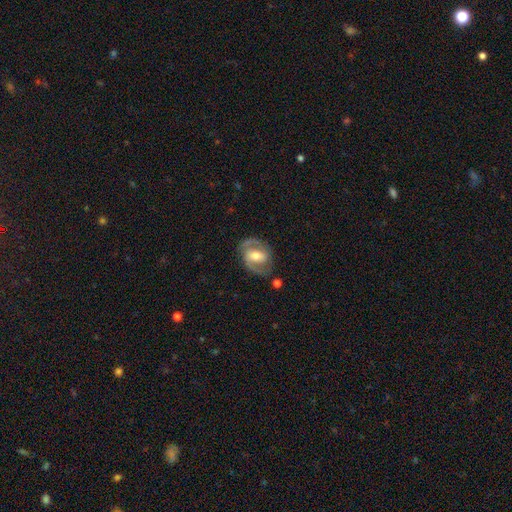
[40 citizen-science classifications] Overall: featured or disk (90%). Edge-on disk: no (97%). Bar: strong (40%; weak 34%). Spiral arms: yes (89%). Spiral arm count: 2 (97%). Spiral winding: medium (58%; tight 26%). Bulge size: moderate (71%). Merging: none (72%).